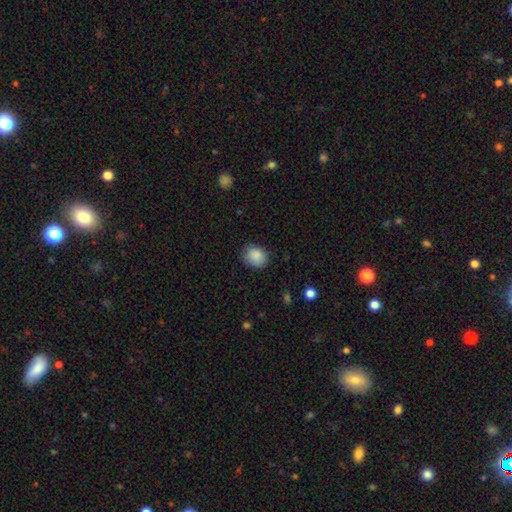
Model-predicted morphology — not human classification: smooth-or-featured: smooth: 88% | star or artifact: 8% | featured or disk: 4%
  how-rounded: round: 61% | in between: 38% | cigar-shaped: 1%
  merging: none: 80% | minor disturbance: 15% | major disturbance: 3% | merger: 1%